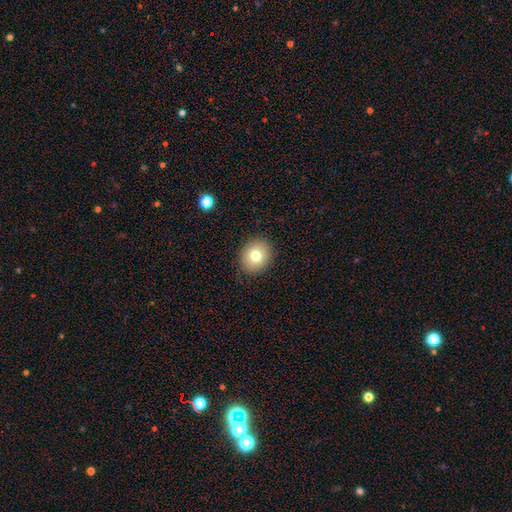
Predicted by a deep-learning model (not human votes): A smooth galaxy with no disk features (77%) that is round (73%). Merging: none (89%).